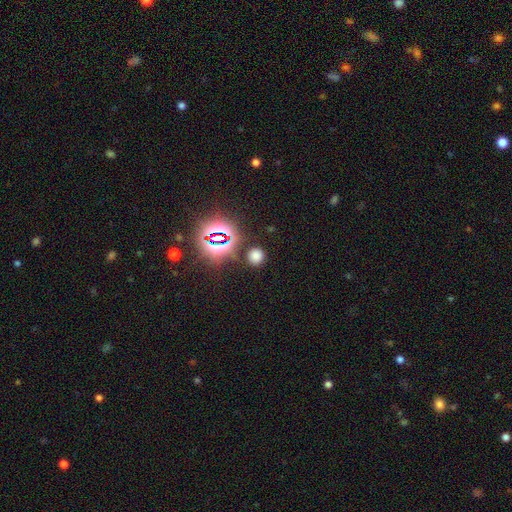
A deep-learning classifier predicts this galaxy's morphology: This appears to be a smooth galaxy with no disk features (66%) that is round (85%). Merging: none (86%).